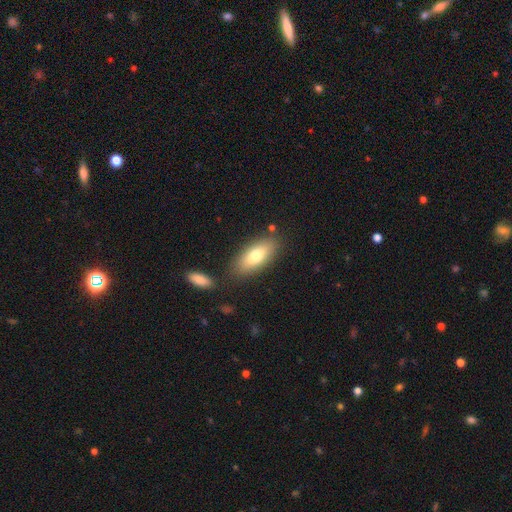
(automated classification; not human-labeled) smooth 73%, featured or disk 20%, star or artifact 7%. Down the decision tree: how rounded — in between (81%); merging — none (79%).